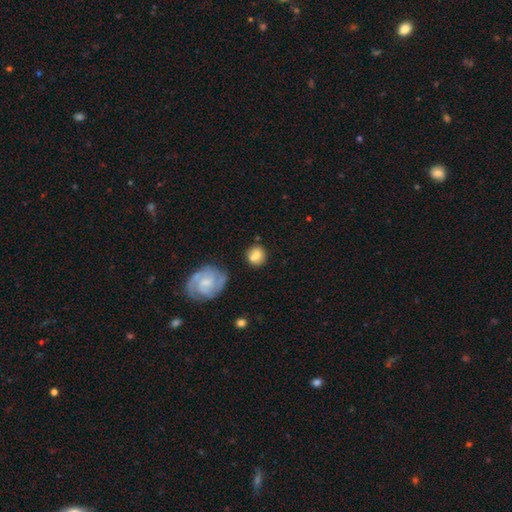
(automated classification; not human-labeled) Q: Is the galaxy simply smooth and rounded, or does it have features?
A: smooth — 74%.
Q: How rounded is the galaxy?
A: round — 79%.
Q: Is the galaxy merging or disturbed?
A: none — 68%.